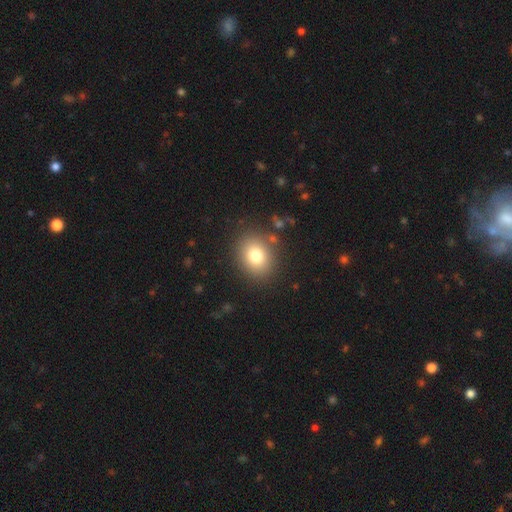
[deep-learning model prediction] This is likely a smooth galaxy (79%). How rounded: possibly round (60%). Merging: clearly none (86%).